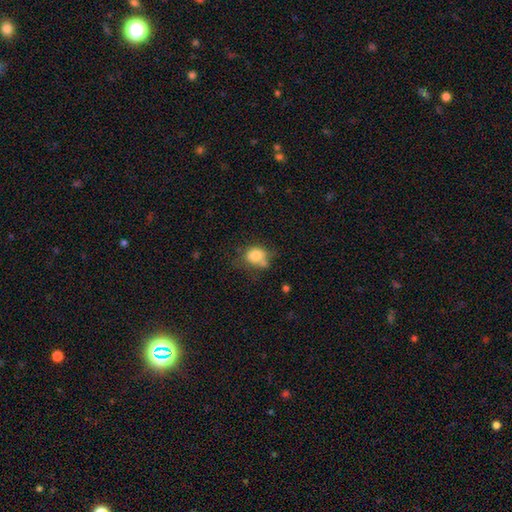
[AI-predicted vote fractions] Smooth or featured: smooth — 81% (star or artifact — 10%)
How rounded: round — 51% (in between — 48%)
Merging: none — 48% (minor disturbance — 26%)